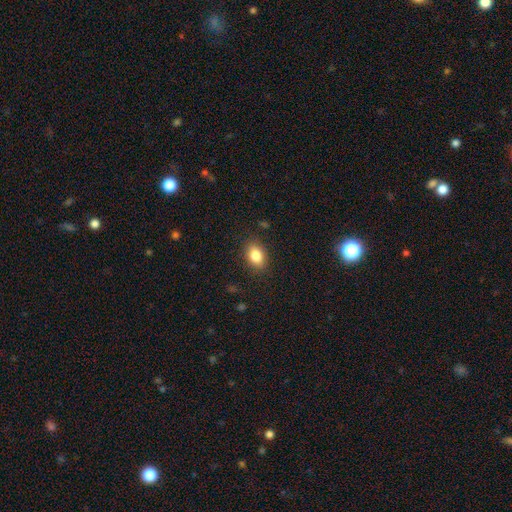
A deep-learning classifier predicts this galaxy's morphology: smooth-or-featured: smooth: 84% | star or artifact: 9% | featured or disk: 7%
  how-rounded: in between: 82% | round: 17% | cigar-shaped: 2%
  merging: none: 86% | minor disturbance: 10% | major disturbance: 3% | merger: 1%